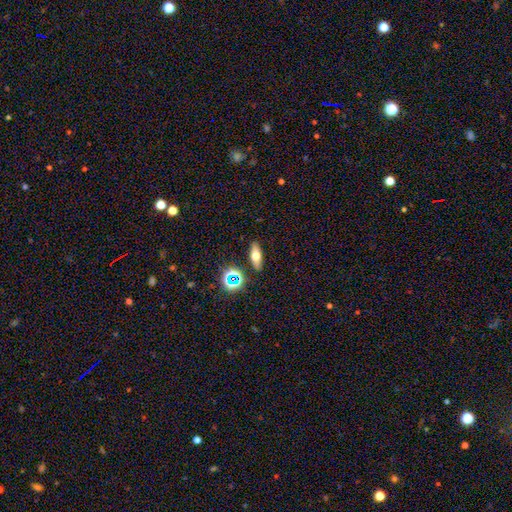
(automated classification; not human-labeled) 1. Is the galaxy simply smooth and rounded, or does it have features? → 56% smooth, 31% featured or disk, 13% star or artifact.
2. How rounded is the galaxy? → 60% in between, 32% cigar-shaped, 8% round.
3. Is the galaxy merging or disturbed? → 86% none, 8% minor disturbance, 3% merger, 2% major disturbance.